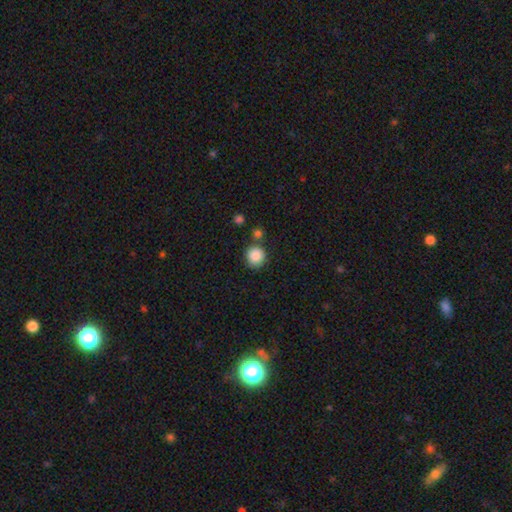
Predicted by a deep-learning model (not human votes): This is clearly a smooth galaxy (87%). How rounded: clearly round (92%). Merging: likely none (77%).